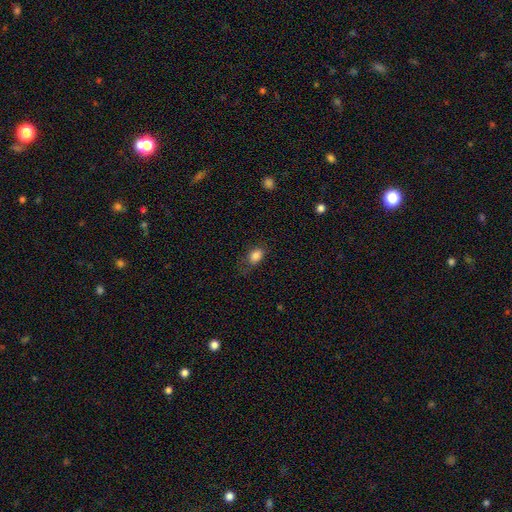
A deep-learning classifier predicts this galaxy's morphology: smooth_or_featured: smooth (p=0.84) [alt: star or artifact p=0.10]
how_rounded: in between (p=0.83) [alt: round p=0.15]
merging: none (p=0.64) [alt: minor disturbance p=0.24]